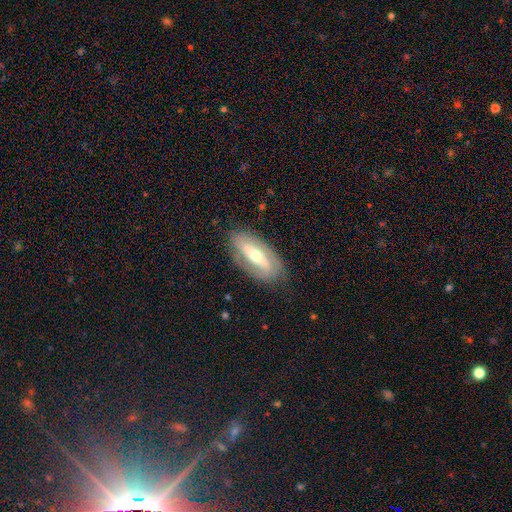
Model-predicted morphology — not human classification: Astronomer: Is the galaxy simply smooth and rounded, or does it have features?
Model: featured or disk — 72%.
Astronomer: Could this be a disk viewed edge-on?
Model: no — 88%.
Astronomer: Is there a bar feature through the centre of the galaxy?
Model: strong — 38% (runner-up: no, 33%).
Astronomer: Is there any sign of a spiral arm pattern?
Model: yes — 76%.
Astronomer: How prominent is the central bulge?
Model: moderate — 53% (runner-up: small, 42%).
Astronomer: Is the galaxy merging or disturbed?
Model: none — 79%.